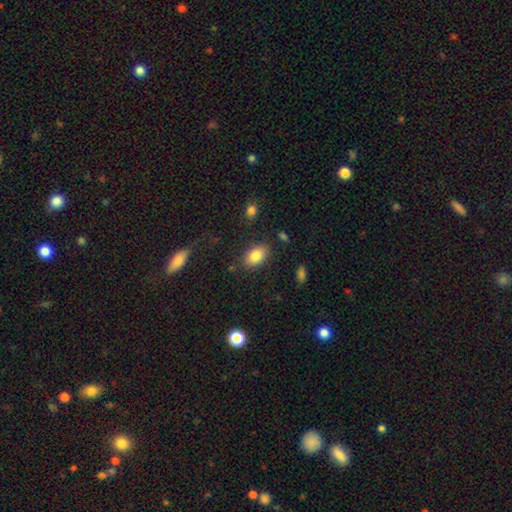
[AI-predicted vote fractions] Q: Smooth or featured?
A: smooth (83%); runner-up: featured or disk (9%)
Q: How rounded?
A: in between (90%); runner-up: round (9%)
Q: Merging?
A: none (83%); runner-up: minor disturbance (11%)